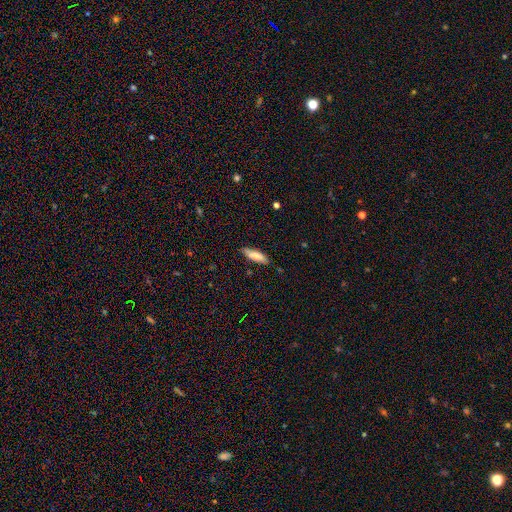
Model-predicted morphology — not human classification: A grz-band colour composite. It shows a smooth galaxy with no disk features (77%) that is cigar-shaped (59%). Merging: none (84%).